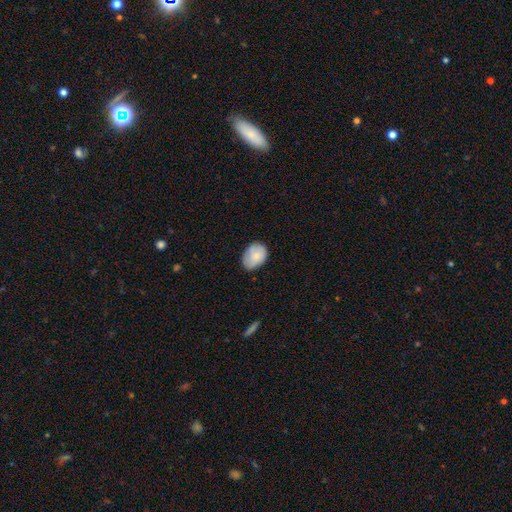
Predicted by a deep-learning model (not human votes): A smooth galaxy with no disk features (77%) that is in between round and cigar-shaped (69%). Merging: none (70%).